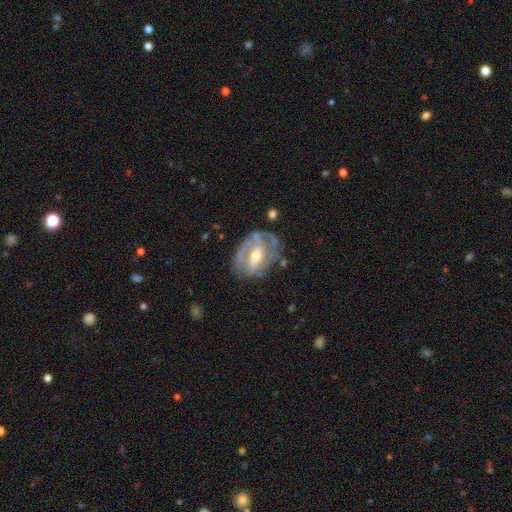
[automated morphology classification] Smooth or featured?
  - featured or disk: 83% *
  - smooth: 11%
  - star or artifact: 6%
Edge-on disk?
  - no: 95% *
  - yes: 5%
Bar?
  - strong: 41% *
  - weak: 36%
  - no: 22%
Spiral arms?
  - yes: 83% *
  - no: 17%
Spiral winding?
  - tight: 46% *
  - medium: 40%
  - loose: 14%
Spiral arm count?
  - 2: 56% *
  - can't tell: 21%
  - 3: 11%
  - 1: 7%
  - 4: 2%
  - more than 4: 2%
Bulge size?
  - moderate: 62% *
  - small: 33%
  - large: 3%
  - none: 1%
  - dominant: 1%
Merging?
  - none: 63% *
  - minor disturbance: 22%
  - major disturbance: 12%
  - merger: 3%